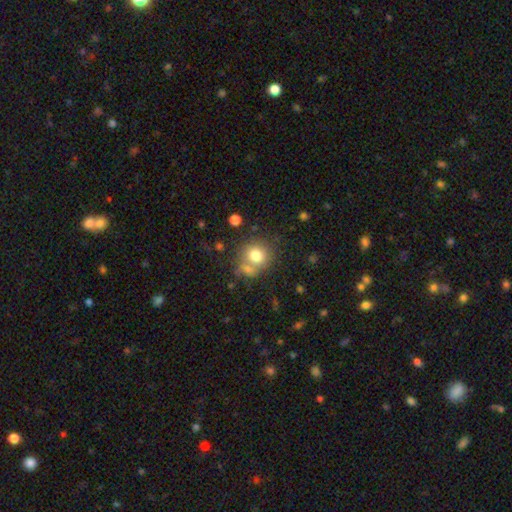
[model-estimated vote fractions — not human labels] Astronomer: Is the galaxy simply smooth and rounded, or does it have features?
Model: smooth — 77%.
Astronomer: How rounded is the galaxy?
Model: round — 83%.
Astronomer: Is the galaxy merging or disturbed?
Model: none — 57%.